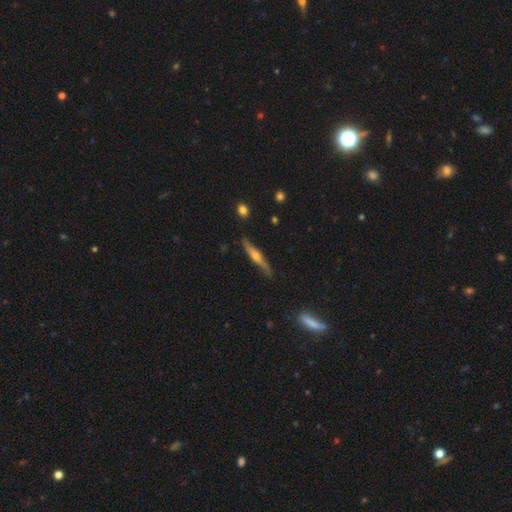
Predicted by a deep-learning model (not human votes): The model was most divided on "smooth or featured": featured or disk: 65%, smooth: 29%, star or artifact: 6%. More confident: edge-on disk — yes (96%); edge-on bulge — rounded (88%); merging — none (84%).